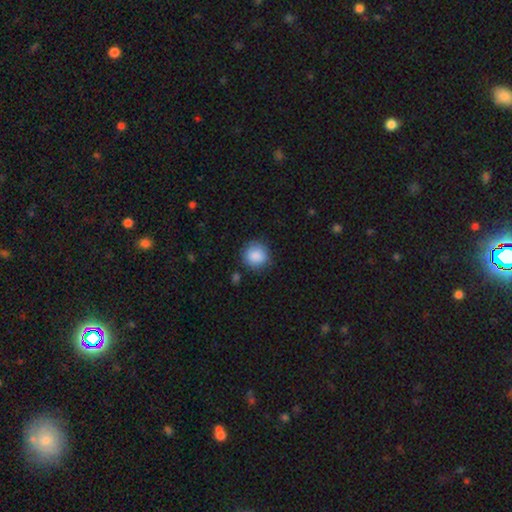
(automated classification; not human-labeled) Smooth or featured?
  - smooth: 89% *
  - star or artifact: 8%
  - featured or disk: 4%
How rounded?
  - round: 88% *
  - in between: 11%
  - cigar-shaped: 1%
Merging?
  - none: 83% *
  - minor disturbance: 12%
  - major disturbance: 3%
  - merger: 2%